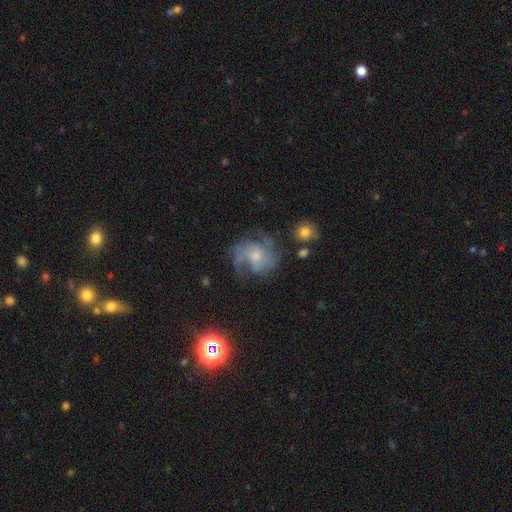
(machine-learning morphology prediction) This is likely a featured or disk galaxy (79%). It is clearly not viewed edge-on (98%). Bar: likely no (68%). Spiral arm pattern: clearly yes (92%). Spiral arm count: marginally 3 (30%). Spiral winding: possibly medium (48%). Central bulge: possibly small (57%). Merging: possibly none (58%).